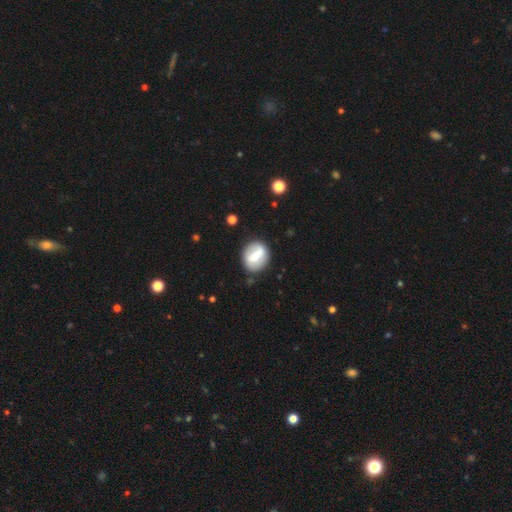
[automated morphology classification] type=smooth (47%); merging=none (79%).